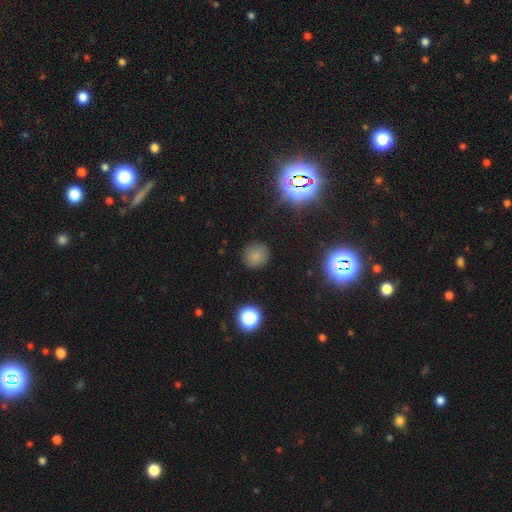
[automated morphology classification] Smooth or featured? smooth (77%)
How rounded? round (89%)
Merging? none (87%)